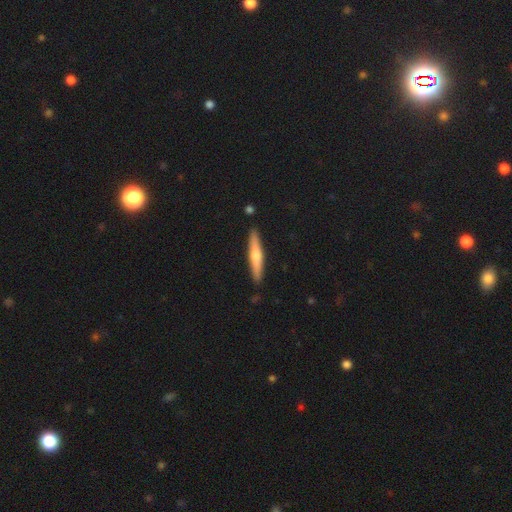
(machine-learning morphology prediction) Smooth or featured? Predicted: smooth (p=0.53). How rounded? Predicted: cigar-shaped (p=0.92). Merging? Predicted: none (p=0.89).